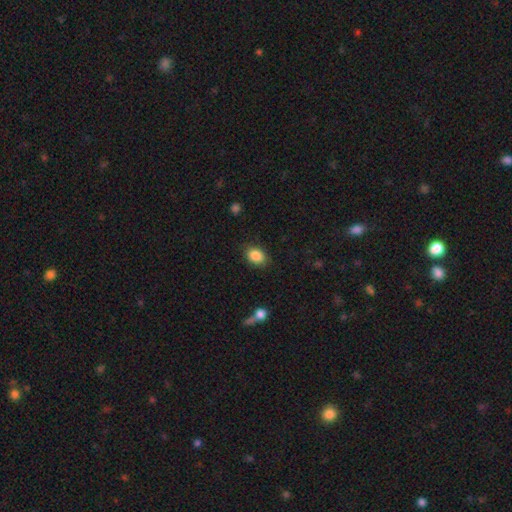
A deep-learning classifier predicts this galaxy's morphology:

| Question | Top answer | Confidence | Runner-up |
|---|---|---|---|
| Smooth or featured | smooth | 87% | star or artifact (8%) |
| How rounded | in between | 73% | round (26%) |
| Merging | none | 84% | minor disturbance (11%) |